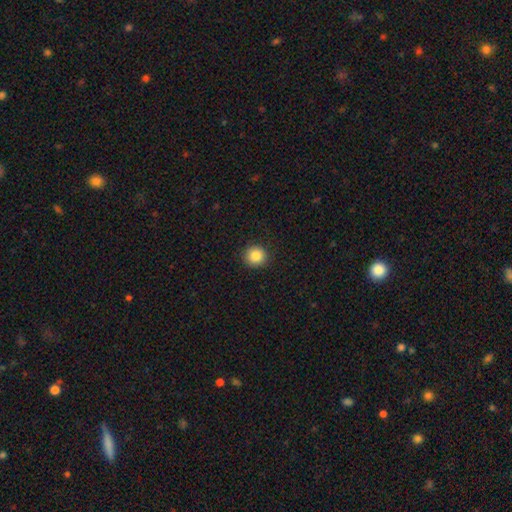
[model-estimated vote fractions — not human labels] smooth_or_featured: smooth (p=0.85) [alt: star or artifact p=0.10]
how_rounded: round (p=0.93) [alt: in between p=0.06]
merging: none (p=0.91) [alt: minor disturbance p=0.06]